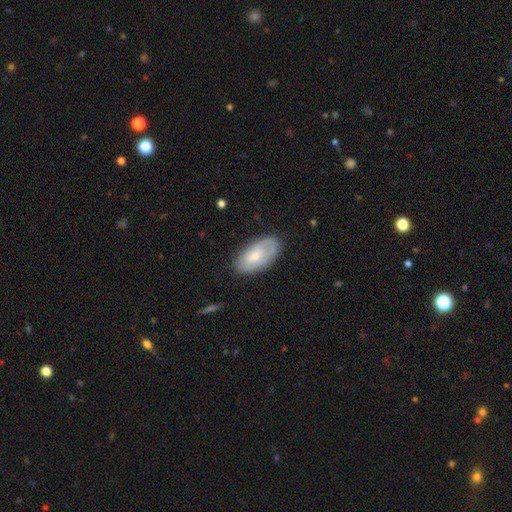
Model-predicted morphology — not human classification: Smooth or featured? Predicted: smooth (p=0.59). How rounded? Predicted: in between (p=0.94). Merging? Predicted: none (p=0.77).